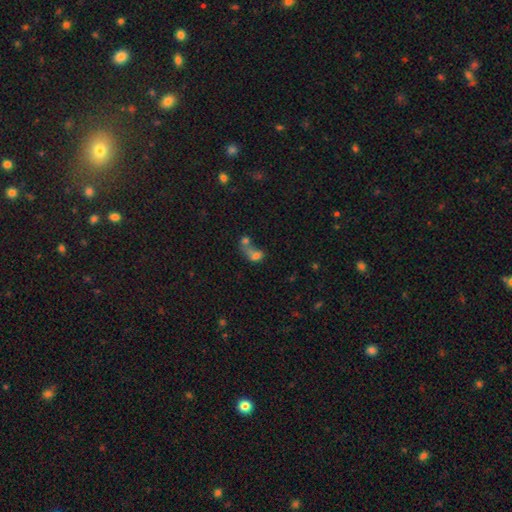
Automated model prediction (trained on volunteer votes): Overall: smooth (67%). How rounded: in between (64%; round 33%). Merging: merger (64%).